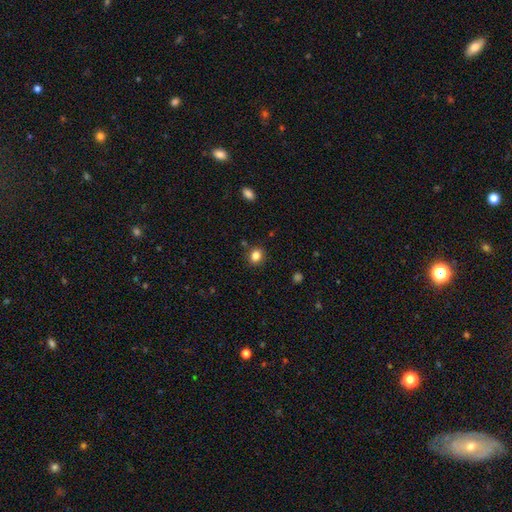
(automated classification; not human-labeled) The model was most divided on "how rounded": round: 61%, in between: 38%, cigar-shaped: 1%. More confident: merging — none (85%); smooth or featured — smooth (84%).